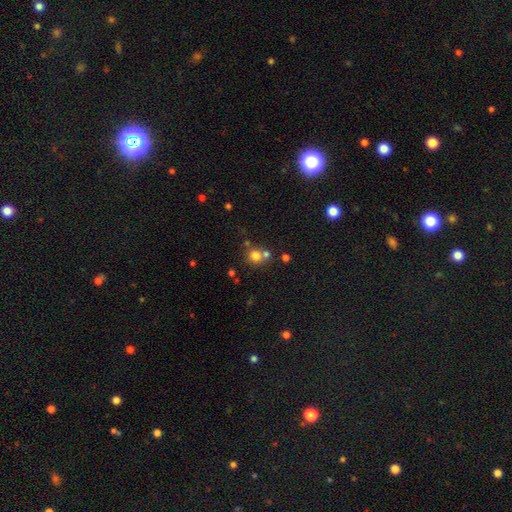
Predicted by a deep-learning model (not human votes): Smooth or featured: smooth — 75% (star or artifact — 15%)
How rounded: round — 88% (in between — 11%)
Merging: none — 57% (merger — 32%)